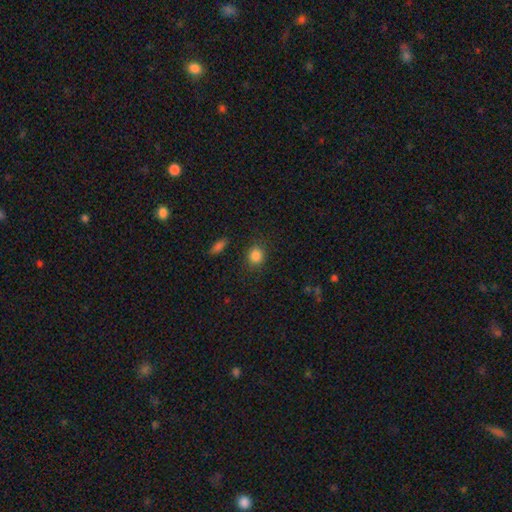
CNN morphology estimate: Q: Smooth or featured?
A: smooth (85%); runner-up: star or artifact (11%)
Q: How rounded?
A: round (72%); runner-up: in between (26%)
Q: Merging?
A: none (84%); runner-up: minor disturbance (10%)